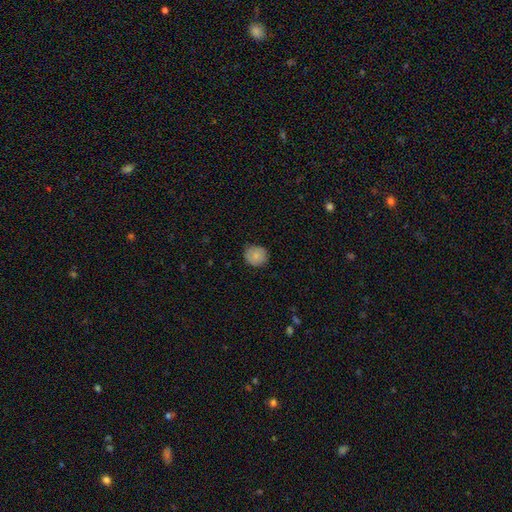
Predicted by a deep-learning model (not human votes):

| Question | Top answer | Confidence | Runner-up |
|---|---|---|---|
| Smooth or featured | smooth | 79% | featured or disk (13%) |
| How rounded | round | 85% | in between (14%) |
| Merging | none | 80% | minor disturbance (17%) |